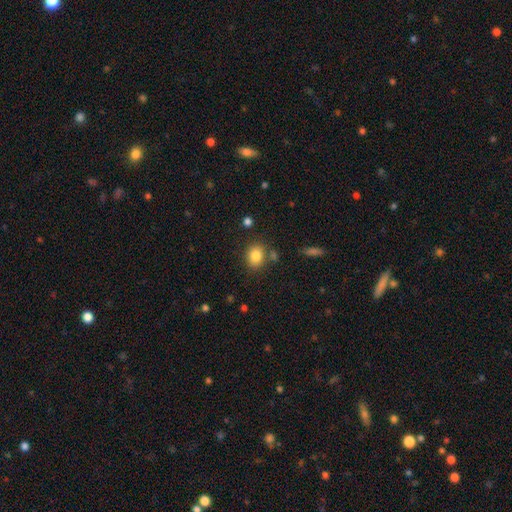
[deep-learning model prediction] Q: Smooth or featured?
A: smooth (84%); runner-up: star or artifact (10%)
Q: How rounded?
A: round (53%); runner-up: in between (46%)
Q: Merging?
A: none (76%); runner-up: minor disturbance (12%)